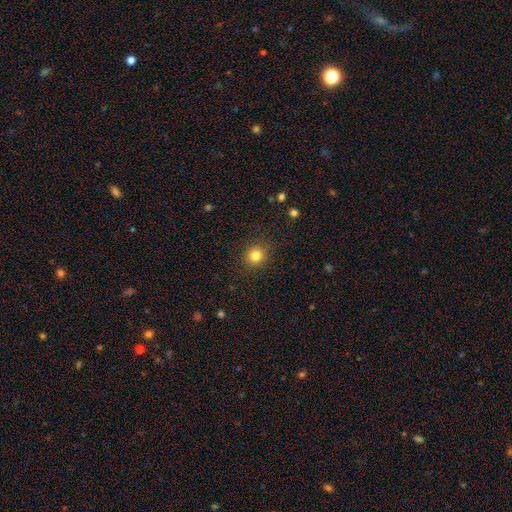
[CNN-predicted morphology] smooth-or-featured: smooth: 81% | star or artifact: 13% | featured or disk: 6%
  how-rounded: round: 91% | in between: 8% | cigar-shaped: 1%
  merging: none: 90% | minor disturbance: 7% | major disturbance: 3% | merger: 1%